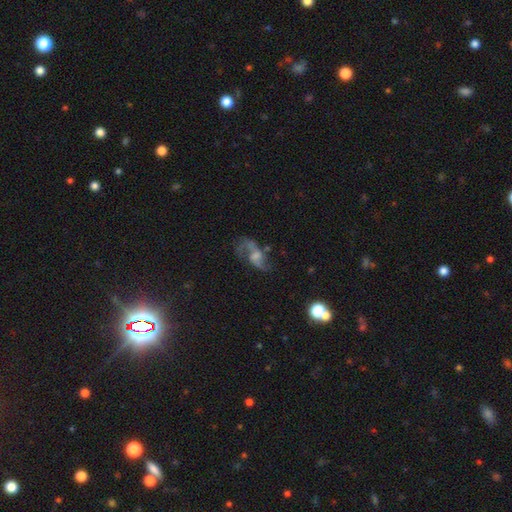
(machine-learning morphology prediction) Q: Smooth or featured?
A: featured or disk (72%); runner-up: smooth (17%)
Q: Edge-on disk?
A: no (95%); runner-up: yes (5%)
Q: Bar?
A: no (53%); runner-up: weak (37%)
Q: Spiral arms?
A: yes (82%); runner-up: no (18%)
Q: Spiral winding?
A: loose (73%); runner-up: medium (22%)
Q: Spiral arm count?
A: 2 (83%); runner-up: can't tell (7%)
Q: Bulge size?
A: moderate (31%); runner-up: small (29%)
Q: Merging?
A: none (46%); runner-up: major disturbance (28%)